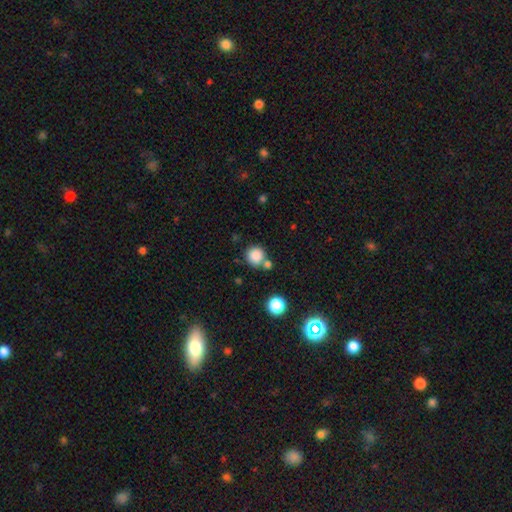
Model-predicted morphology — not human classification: smooth-or-featured: smooth: 85% | star or artifact: 11% | featured or disk: 5%
  how-rounded: round: 92% | in between: 7% | cigar-shaped: 1%
  merging: none: 70% | merger: 17% | minor disturbance: 9% | major disturbance: 3%